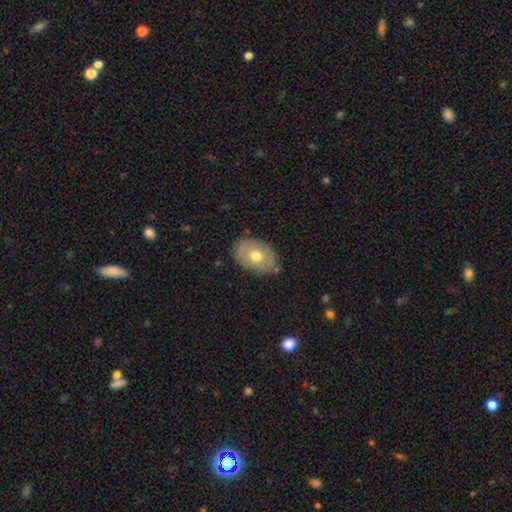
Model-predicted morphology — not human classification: smooth_or_featured: smooth (p=0.61) [alt: featured or disk p=0.33]
how_rounded: in between (p=0.81) [alt: round p=0.18]
merging: none (p=0.81) [alt: minor disturbance p=0.14]